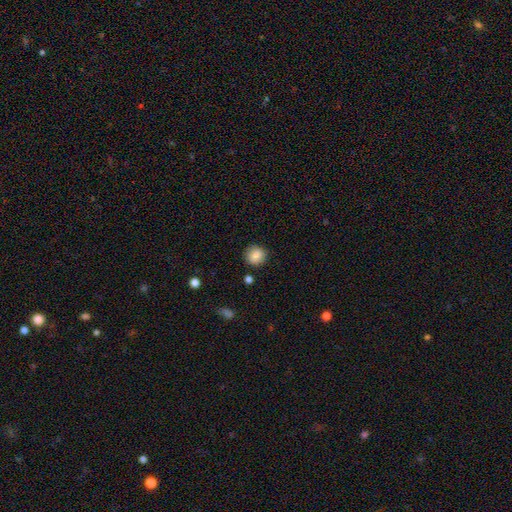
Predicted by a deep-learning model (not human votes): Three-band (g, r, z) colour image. It shows a smooth galaxy with no disk features (86%) that is round (87%). Merging: none (84%).